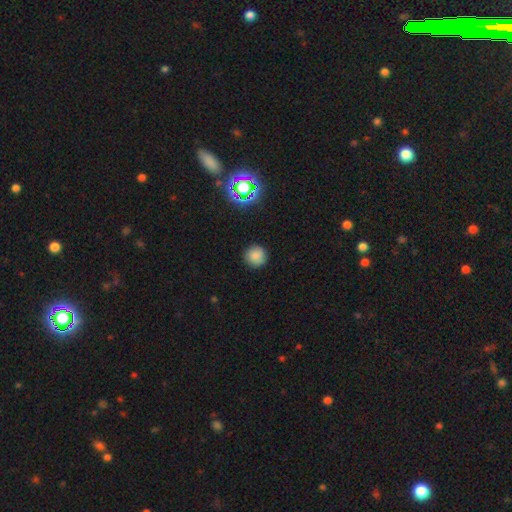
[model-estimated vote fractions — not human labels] The model was most divided on "smooth or featured": smooth: 80%, star or artifact: 14%, featured or disk: 6%. More confident: how rounded — round (94%); merging — none (88%).